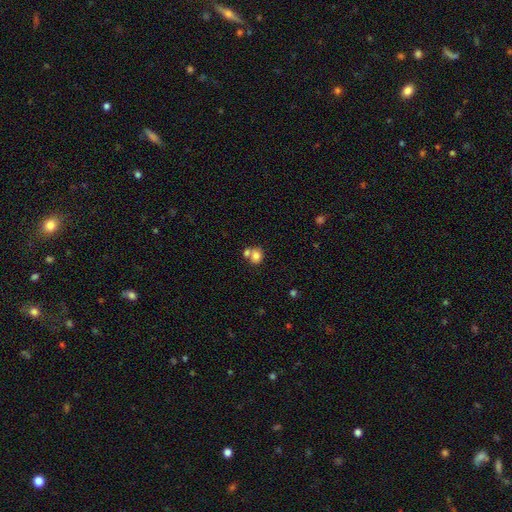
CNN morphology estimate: Q: Smooth or featured?
A: smooth (79%); runner-up: featured or disk (11%)
Q: How rounded?
A: round (68%); runner-up: in between (31%)
Q: Merging?
A: none (45%); runner-up: merger (43%)